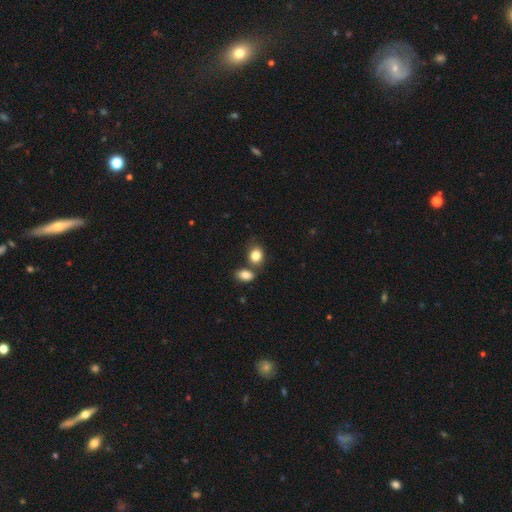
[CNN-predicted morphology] type=smooth (84%); roundness=in between (57%); merging=none (53%).